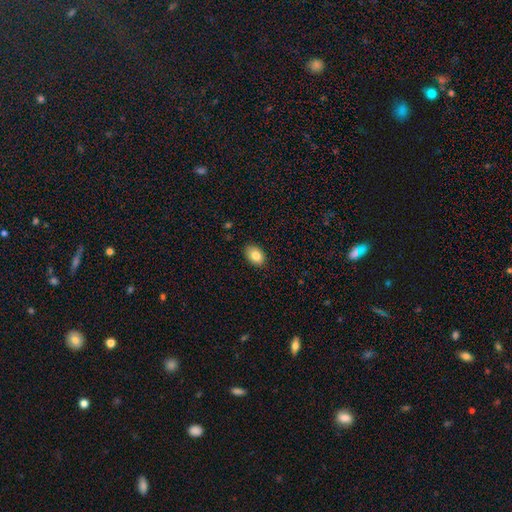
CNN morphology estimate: A smooth galaxy with no disk features (83%) that is in between round and cigar-shaped (83%). Merging: none (88%).